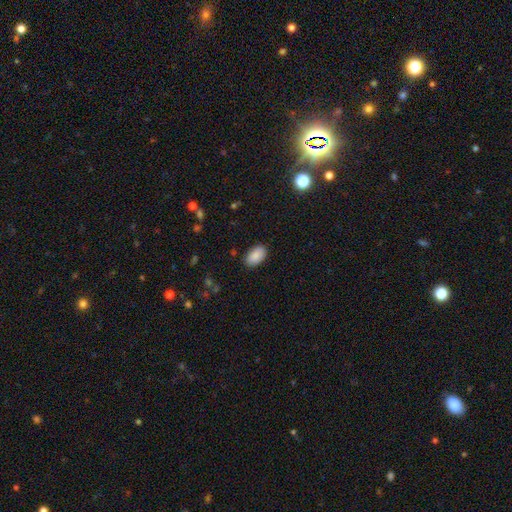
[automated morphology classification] Q: Smooth or featured?
A: smooth (88%); runner-up: star or artifact (7%)
Q: How rounded?
A: in between (94%); runner-up: round (4%)
Q: Merging?
A: none (87%); runner-up: minor disturbance (10%)